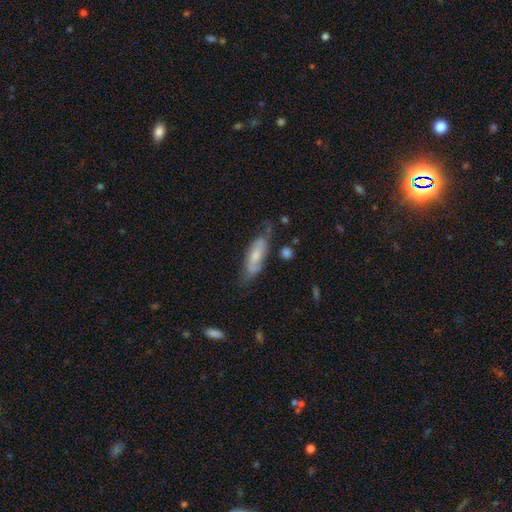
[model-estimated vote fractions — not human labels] smooth-or-featured: featured or disk: 47% | smooth: 46% | star or artifact: 7%
  merging: none: 57% | minor disturbance: 28% | major disturbance: 11% | merger: 4%